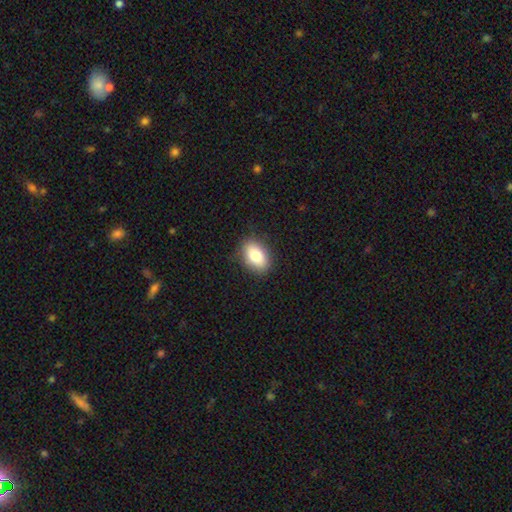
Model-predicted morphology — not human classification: Smooth or featured? Predicted: smooth (p=0.81). How rounded? Predicted: in between (p=0.84). Merging? Predicted: none (p=0.87).